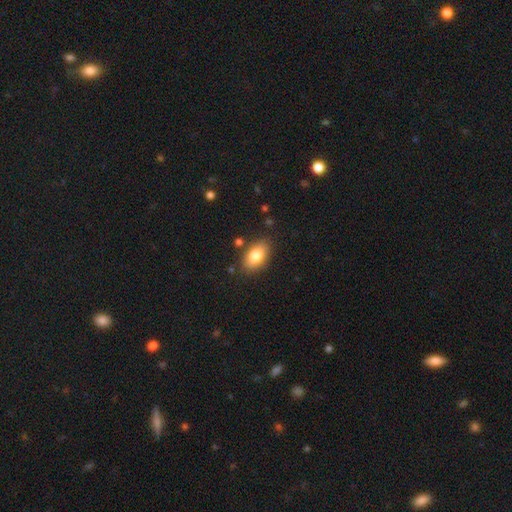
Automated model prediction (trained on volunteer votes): The model was most divided on "smooth or featured": smooth: 81%, featured or disk: 11%, star or artifact: 7%. More confident: how rounded — in between (91%); merging — none (83%).